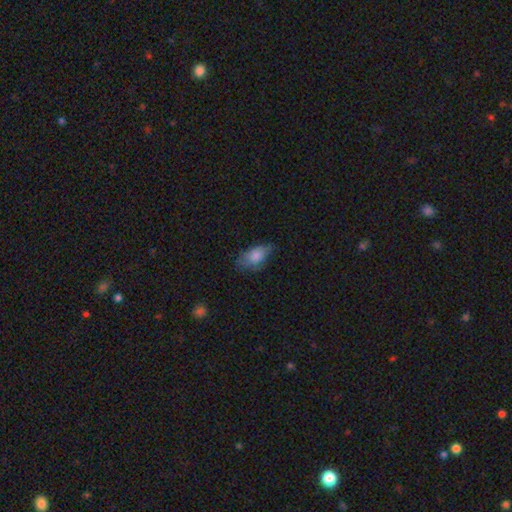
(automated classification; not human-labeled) Morphology: type=smooth (76%); roundness=in between (90%); merging=none (53%).